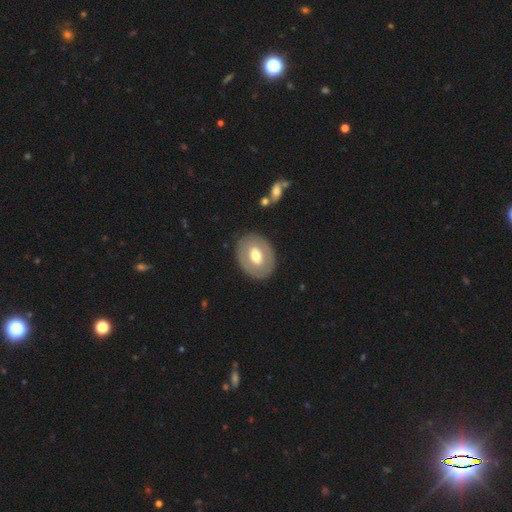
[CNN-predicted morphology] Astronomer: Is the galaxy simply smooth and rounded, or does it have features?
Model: smooth — 52% (runner-up: featured or disk, 42%).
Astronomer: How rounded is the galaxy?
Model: in between — 68%.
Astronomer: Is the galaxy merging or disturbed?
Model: none — 86%.